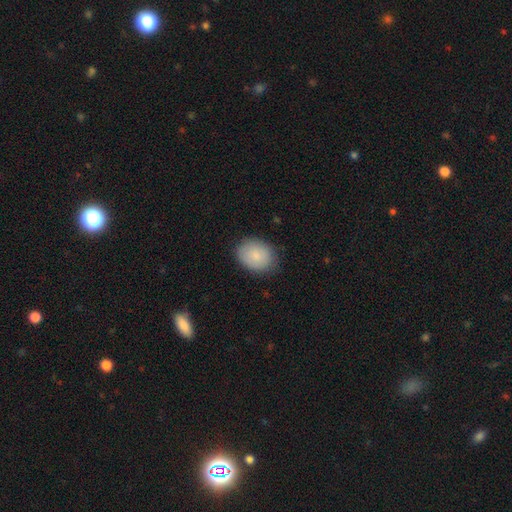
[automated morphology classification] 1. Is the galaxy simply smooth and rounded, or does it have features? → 84% smooth, 9% featured or disk, 7% star or artifact.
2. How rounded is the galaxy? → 63% in between, 36% round, 1% cigar-shaped.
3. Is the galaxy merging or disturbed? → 82% none, 14% minor disturbance, 3% major disturbance, 1% merger.